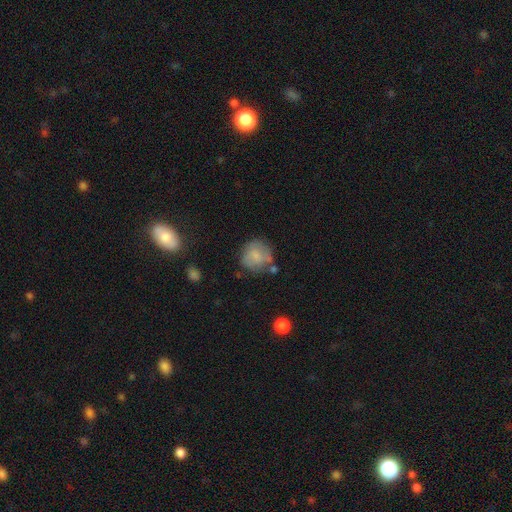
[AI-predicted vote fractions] smooth_or_featured: smooth (p=0.71) [alt: featured or disk p=0.20]
how_rounded: round (p=0.88) [alt: in between p=0.11]
merging: none (p=0.58) [alt: minor disturbance p=0.23]